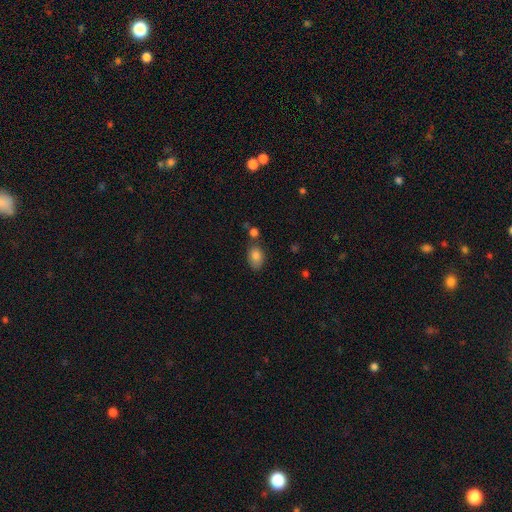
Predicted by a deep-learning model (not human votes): smooth-or-featured: smooth: 83% | star or artifact: 9% | featured or disk: 8%
  how-rounded: in between: 80% | round: 18% | cigar-shaped: 1%
  merging: none: 62% | minor disturbance: 19% | merger: 13% | major disturbance: 6%